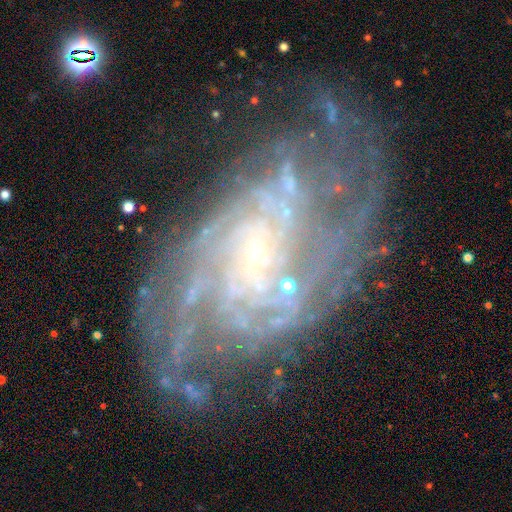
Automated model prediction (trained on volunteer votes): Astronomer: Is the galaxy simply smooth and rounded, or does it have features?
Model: featured or disk — 89%.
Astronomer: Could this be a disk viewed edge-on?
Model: no — 96%.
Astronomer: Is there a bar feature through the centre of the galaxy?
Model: no — 61%.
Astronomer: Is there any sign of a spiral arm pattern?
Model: yes — 97%.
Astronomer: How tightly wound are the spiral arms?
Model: tight — 61%.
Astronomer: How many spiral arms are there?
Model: can't tell — 28% (runner-up: more than 4, 19%).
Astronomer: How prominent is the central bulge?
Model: small — 81%.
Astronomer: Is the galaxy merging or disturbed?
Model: none — 68%.